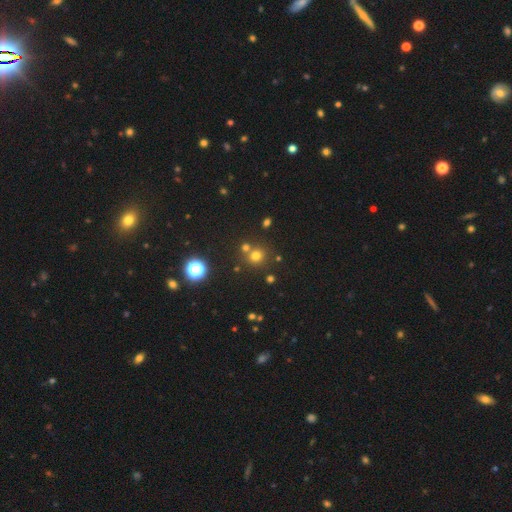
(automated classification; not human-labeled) This appears to be a smooth galaxy with no disk features (68%) that is round (90%). Merging: none (71%).